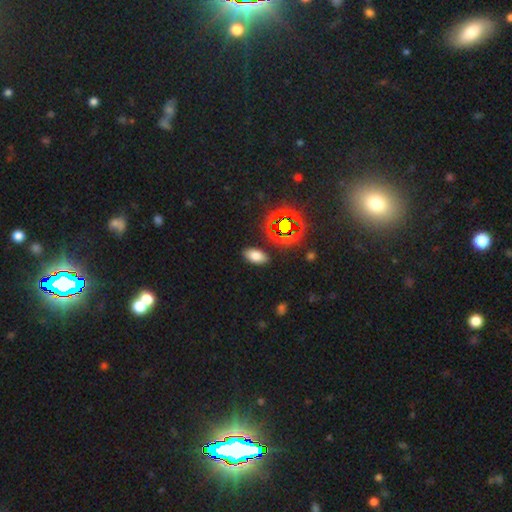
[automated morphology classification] Smooth or featured?
  - smooth: 71% *
  - star or artifact: 20%
  - featured or disk: 9%
How rounded?
  - in between: 92% *
  - round: 5%
  - cigar-shaped: 3%
Merging?
  - none: 87% *
  - minor disturbance: 9%
  - major disturbance: 2%
  - merger: 2%